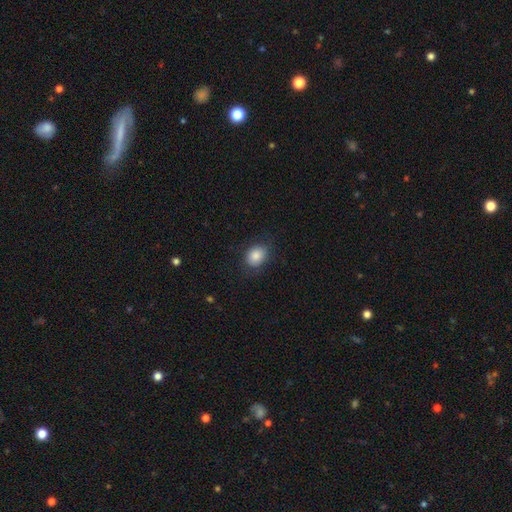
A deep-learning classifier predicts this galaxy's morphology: Smooth or featured? Predicted: smooth (p=0.86). How rounded? Predicted: in between (p=0.57). Merging? Predicted: none (p=0.79).